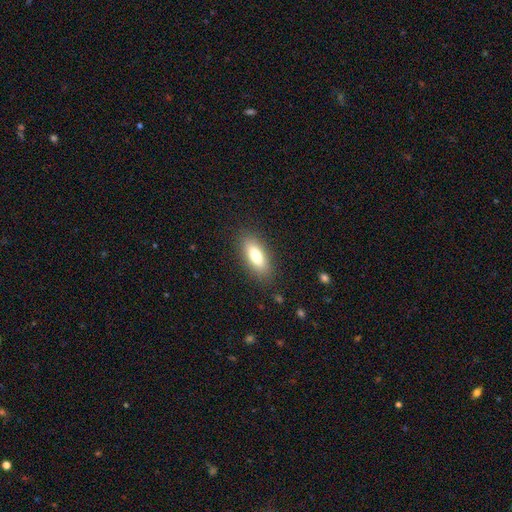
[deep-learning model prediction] Smooth or featured: smooth — 79% (featured or disk — 14%)
How rounded: in between — 77% (cigar-shaped — 21%)
Merging: none — 86% (minor disturbance — 10%)